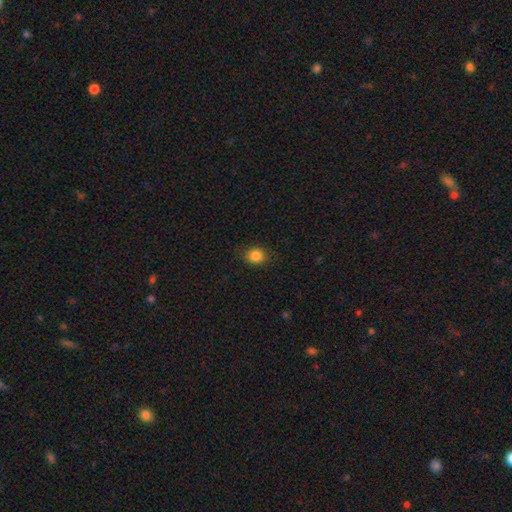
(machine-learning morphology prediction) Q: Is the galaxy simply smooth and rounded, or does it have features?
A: smooth — 85%.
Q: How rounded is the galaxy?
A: round — 67%.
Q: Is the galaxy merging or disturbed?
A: none — 85%.